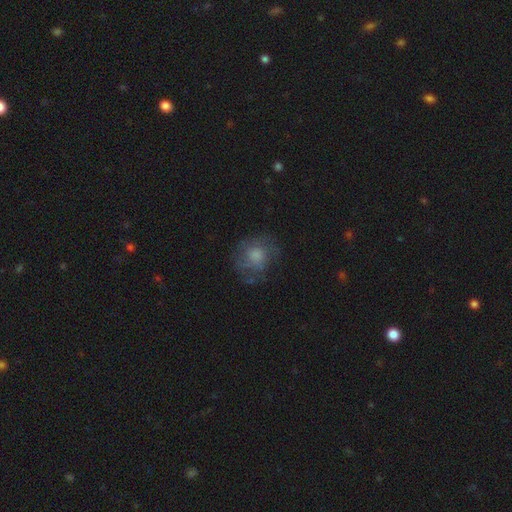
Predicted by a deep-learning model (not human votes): Smooth or featured? smooth (56%)
How rounded? round (75%)
Merging? none (58%)